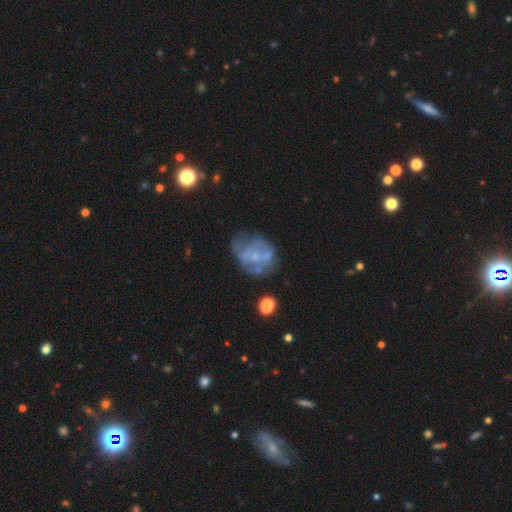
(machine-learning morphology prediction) smooth-or-featured: featured or disk: 60% | smooth: 28% | star or artifact: 13%
  disk-edge-on: no: 97% | yes: 3%
    bar: no: 82% | weak: 15% | strong: 3%
    has-spiral-arms: no: 76% | yes: 24%
    bulge-size: small: 55% | none: 26% | moderate: 17% | large: 1% | dominant: 1%
  merging: none: 39% | minor disturbance: 24% | major disturbance: 23% | merger: 13%